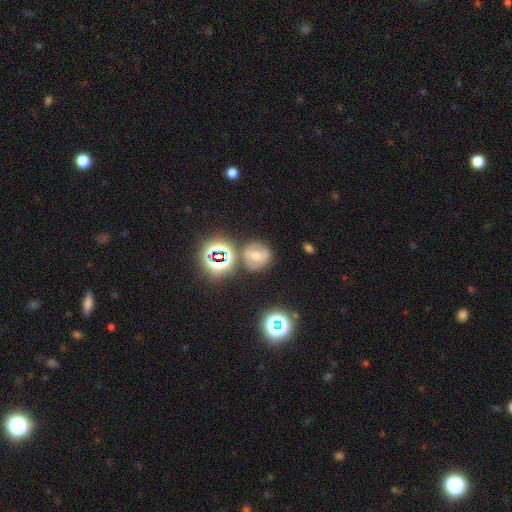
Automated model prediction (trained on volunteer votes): This appears to be a smooth galaxy with no disk features (46%). Merging: none (68%).